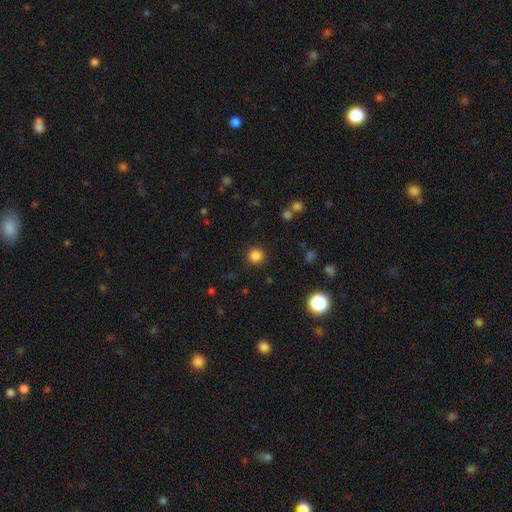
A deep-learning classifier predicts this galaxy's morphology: A smooth galaxy with no disk features (84%) that is round (94%).

Vote fractions:
- Smooth or featured? smooth: 84% / star or artifact: 13% / featured or disk: 3%
- How rounded? round: 94% / in between: 5% / cigar-shaped: 1%
- Merging? none: 90% / minor disturbance: 6% / major disturbance: 2% / merger: 2%